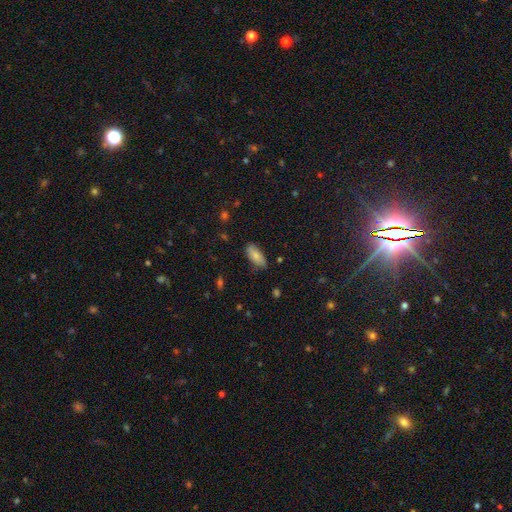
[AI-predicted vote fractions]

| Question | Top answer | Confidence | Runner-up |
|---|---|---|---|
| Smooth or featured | smooth | 82% | featured or disk (11%) |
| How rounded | in between | 88% | cigar-shaped (10%) |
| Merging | none | 80% | minor disturbance (16%) |